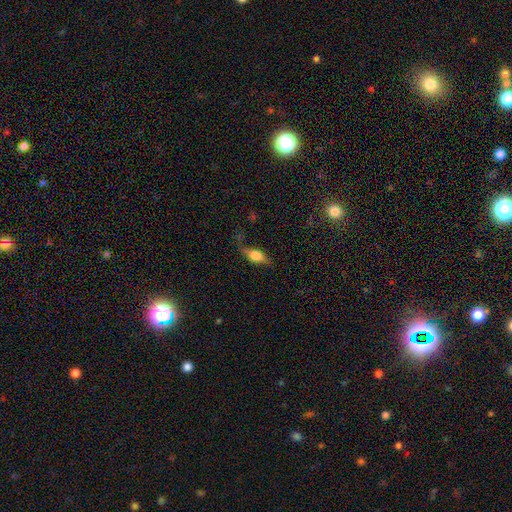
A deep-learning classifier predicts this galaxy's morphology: Overall: smooth (51%; featured or disk 40%). How rounded: in between (71%). Merging: none (59%; minor disturbance 25%).